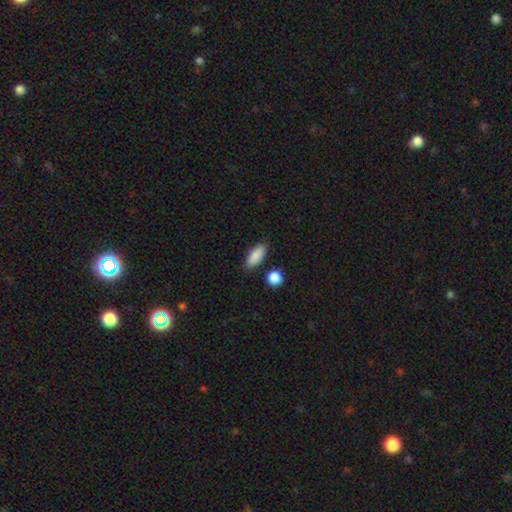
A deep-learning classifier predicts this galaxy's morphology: smooth-or-featured: smooth: 88% | star or artifact: 7% | featured or disk: 6%
  how-rounded: in between: 80% | cigar-shaped: 16% | round: 4%
  merging: none: 84% | minor disturbance: 10% | merger: 4% | major disturbance: 2%